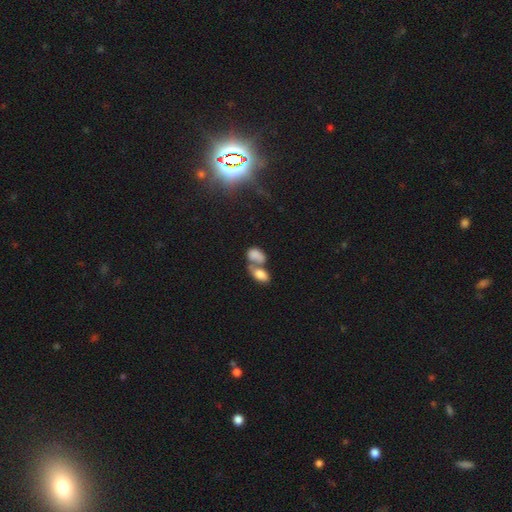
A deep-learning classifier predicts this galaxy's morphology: Overall: smooth (78%). How rounded: in between (89%). Merging: merger (64%).